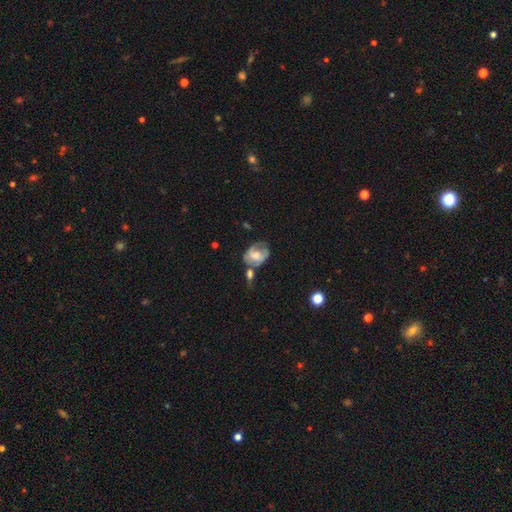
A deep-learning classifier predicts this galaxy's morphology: The model was most divided on "merging": none: 31%, merger: 25%, minor disturbance: 24%, major disturbance: 21%. More confident: edge-on disk — no (96%); spiral arms — yes (60%); smooth or featured — featured or disk (54%); bar — no (53%); bulge size — moderate (51%).